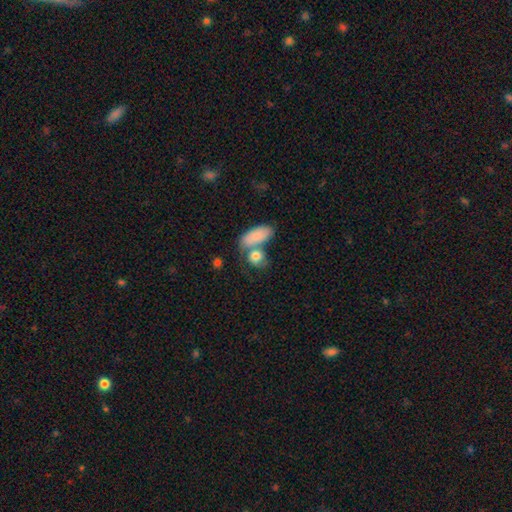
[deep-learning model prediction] Q: Smooth or featured?
A: smooth (80%); runner-up: featured or disk (13%)
Q: How rounded?
A: in between (60%); runner-up: round (36%)
Q: Merging?
A: merger (42%); runner-up: none (39%)